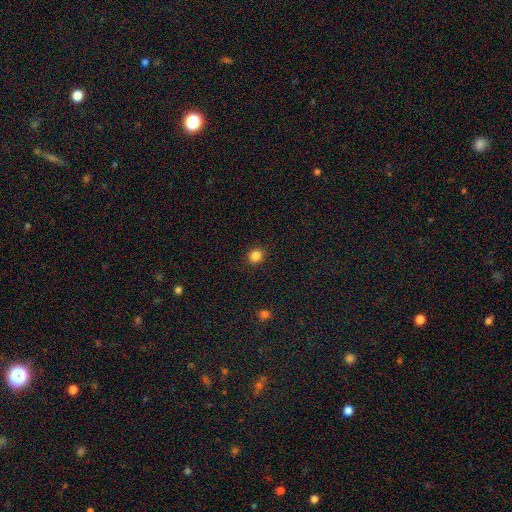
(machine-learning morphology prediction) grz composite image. It shows a smooth galaxy with no disk features (85%) that is round (82%). Merging: none (92%).